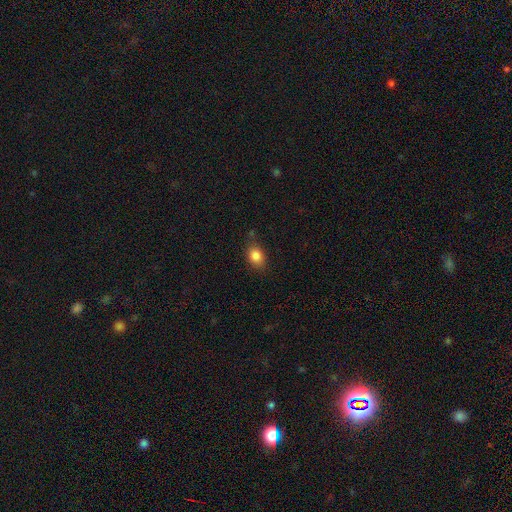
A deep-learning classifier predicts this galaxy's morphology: Q: Smooth or featured?
A: smooth (85%); runner-up: star or artifact (9%)
Q: How rounded?
A: in between (68%); runner-up: round (30%)
Q: Merging?
A: none (77%); runner-up: minor disturbance (16%)